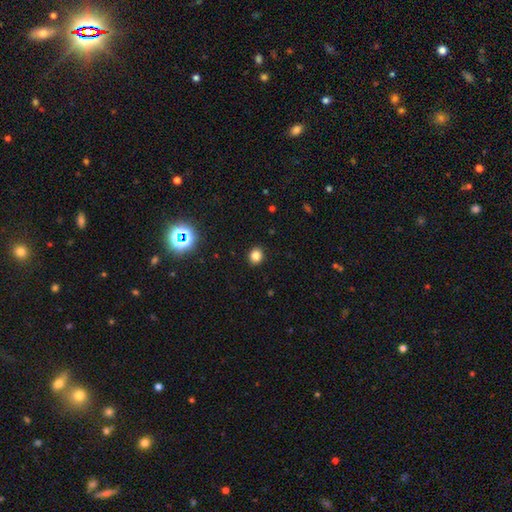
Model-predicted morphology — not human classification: smooth-or-featured: smooth: 80% | star or artifact: 15% | featured or disk: 5%
  how-rounded: round: 68% | in between: 31% | cigar-shaped: 1%
  merging: none: 91% | minor disturbance: 6% | major disturbance: 2% | merger: 1%